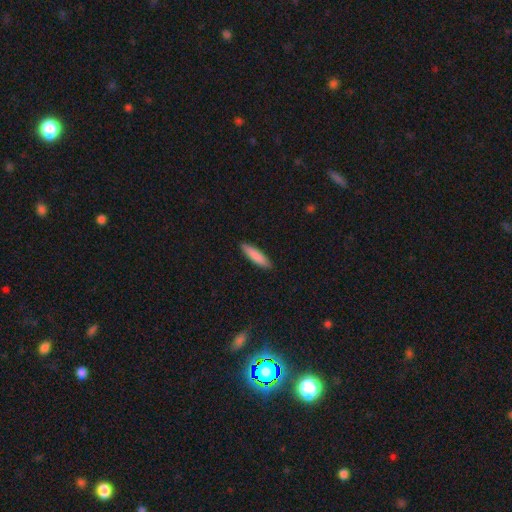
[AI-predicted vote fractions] Overall: smooth (87%). How rounded: cigar-shaped (78%). Merging: none (90%).